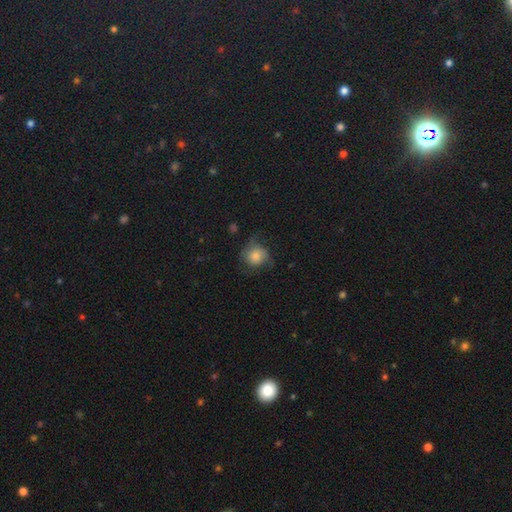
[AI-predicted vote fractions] A smooth galaxy with no disk features (71%) that is round (80%). Merging: none (53%).